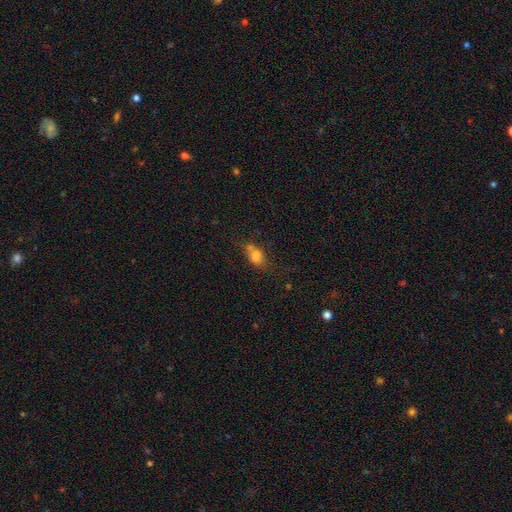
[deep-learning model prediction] smooth 67%, featured or disk 19%, star or artifact 14%. Down the decision tree: how rounded — in between (73%); merging — none (38%).